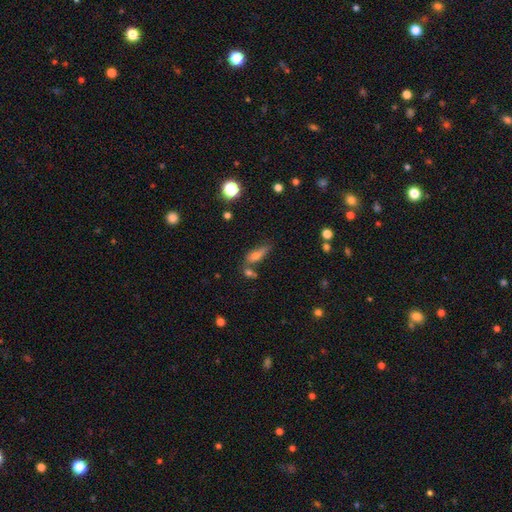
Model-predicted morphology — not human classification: Smooth or featured? smooth (63%)
How rounded? in between (55%)
Merging? none (49%)